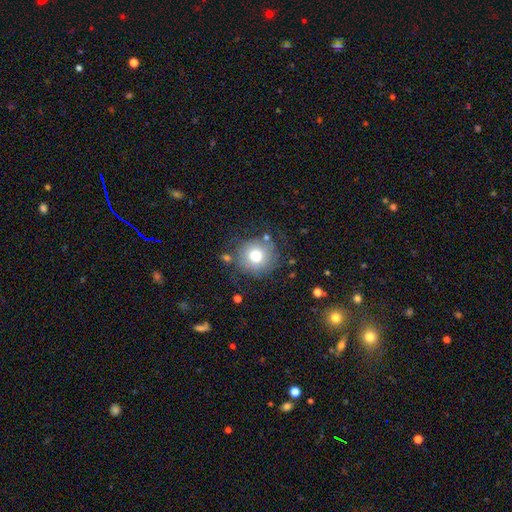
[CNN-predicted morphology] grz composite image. It shows a smooth galaxy with no disk features (71%) that is round (92%). Merging: none (73%).